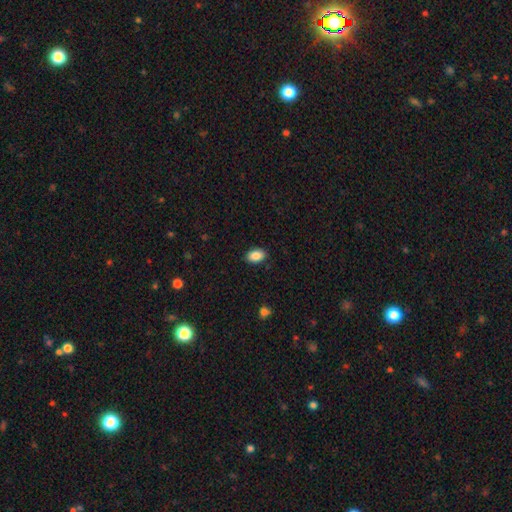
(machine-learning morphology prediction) Smooth or featured? Predicted: smooth (p=0.89). How rounded? Predicted: in between (p=0.89). Merging? Predicted: none (p=0.88).